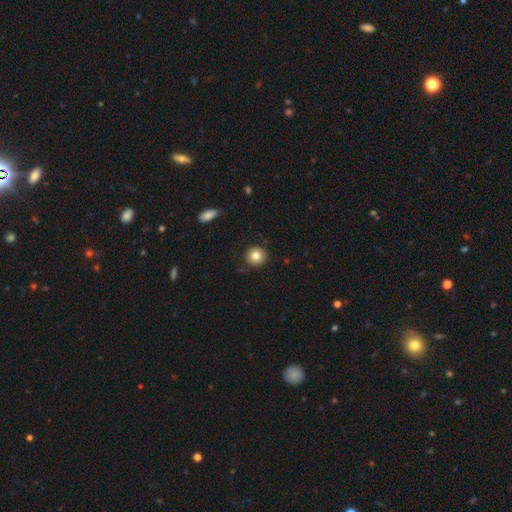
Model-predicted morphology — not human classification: Smooth or featured: smooth — 83% (star or artifact — 9%)
How rounded: round — 90% (in between — 9%)
Merging: none — 86% (minor disturbance — 10%)